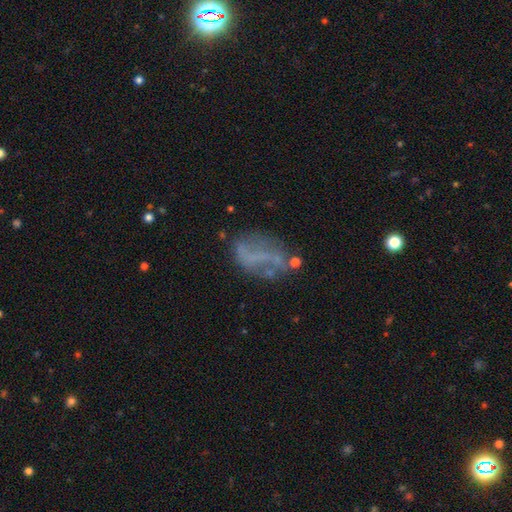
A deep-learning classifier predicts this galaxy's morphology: featured or disk 60%, smooth 27%, star or artifact 14%. Down the decision tree: edge-on disk — no (95%); bar — no (48%); spiral arms — no (57%); bulge size — none (75%); merging — none (52%).